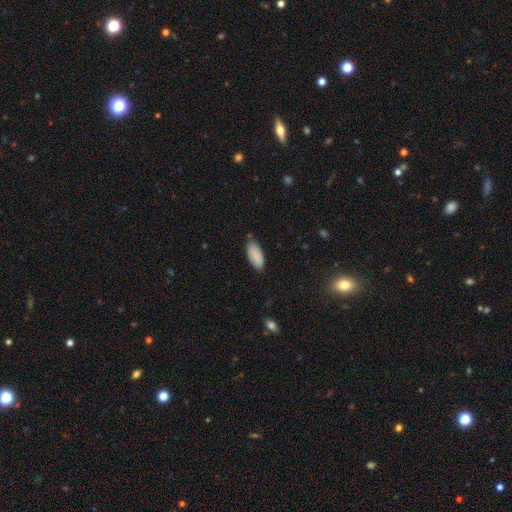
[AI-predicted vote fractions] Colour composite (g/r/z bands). It shows a smooth galaxy with no disk features (87%) that is in between round and cigar-shaped (91%). Merging: none (75%).